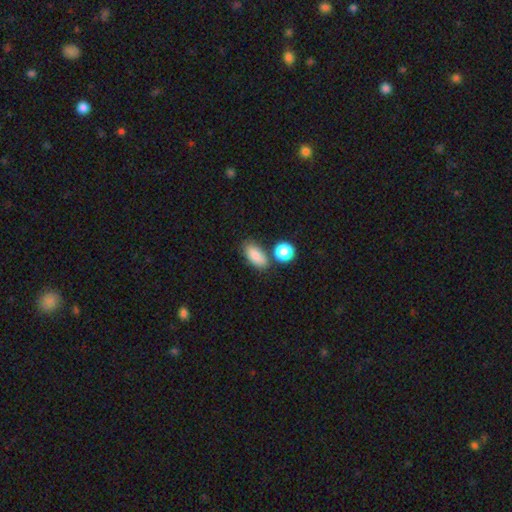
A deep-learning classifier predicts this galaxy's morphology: Overall: smooth (86%). How rounded: in between (87%). Merging: none (70%).